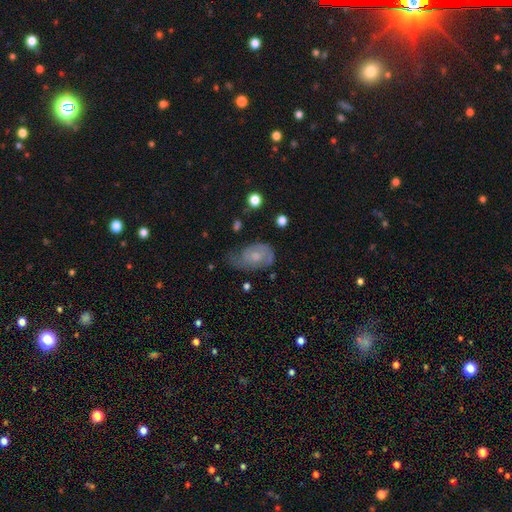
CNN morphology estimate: A featured or disk galaxy (56%) with no bar (78%), spiral arms (76%) and a moderate central bulge (48%).

Vote fractions:
- Smooth or featured? featured or disk: 56% / smooth: 36% / star or artifact: 8%
- Edge-on disk? no: 95% / yes: 5%
- Bar? no: 78% / weak: 20% / strong: 3%
- Spiral arms? yes: 76% / no: 24%
- Bulge size? moderate: 48% / small: 40% / none: 7% / large: 5% / dominant: 1%
- Merging? none: 46% / minor disturbance: 34% / major disturbance: 18% / merger: 2%